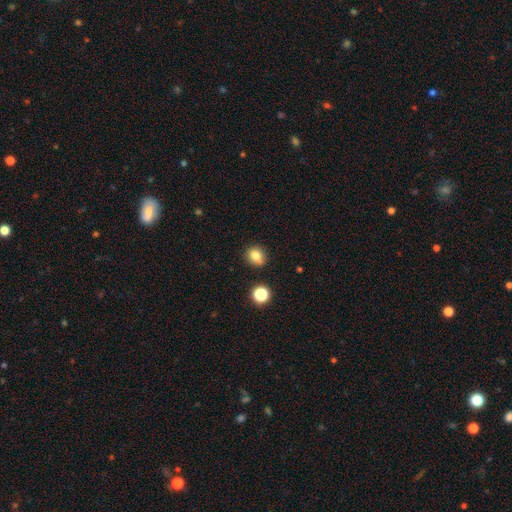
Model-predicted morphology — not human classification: smooth_or_featured: smooth (p=0.80) [alt: star or artifact p=0.13]
how_rounded: round (p=0.74) [alt: in between p=0.25]
merging: none (p=0.77) [alt: minor disturbance p=0.15]